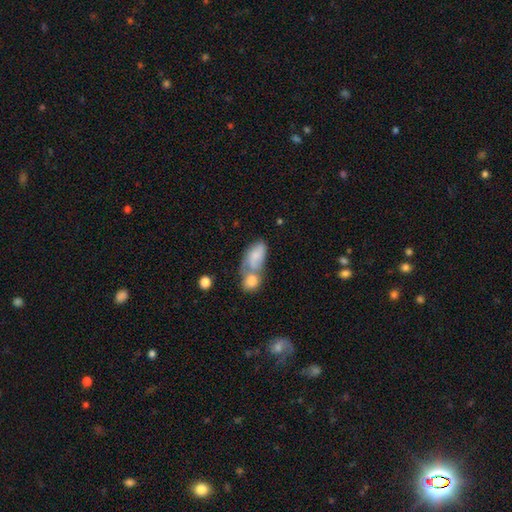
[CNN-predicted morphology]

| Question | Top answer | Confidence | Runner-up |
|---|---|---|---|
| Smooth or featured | smooth | 69% | featured or disk (24%) |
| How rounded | in between | 89% | round (7%) |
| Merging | merger | 63% | none (19%) |